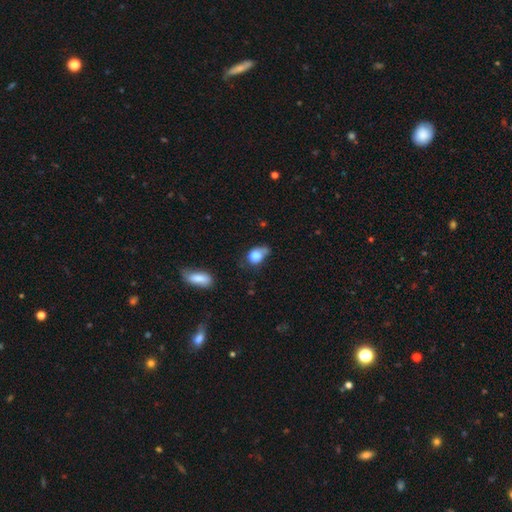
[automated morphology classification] Smooth or featured: smooth — 80% (featured or disk — 10%)
How rounded: in between — 56% (round — 42%)
Merging: none — 36% (minor disturbance — 34%)